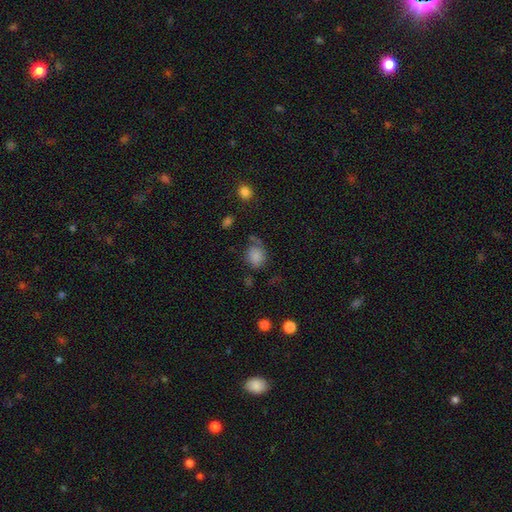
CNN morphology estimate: The model was most divided on "how rounded": round: 62%, in between: 37%, cigar-shaped: 1%. More confident: smooth or featured — smooth (83%); merging — none (61%).